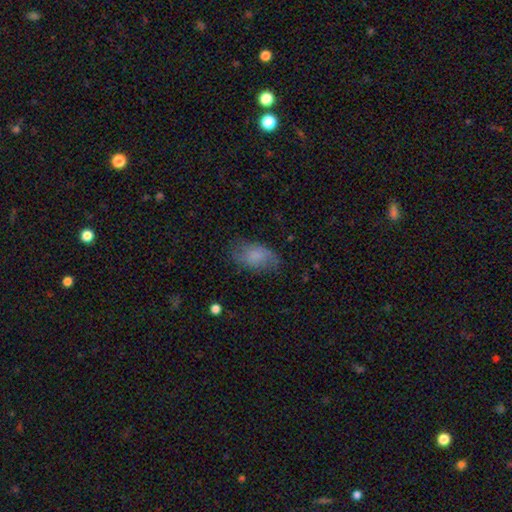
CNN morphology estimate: Q: Smooth or featured?
A: smooth (73%); runner-up: featured or disk (19%)
Q: How rounded?
A: in between (92%); runner-up: round (5%)
Q: Merging?
A: none (72%); runner-up: minor disturbance (21%)